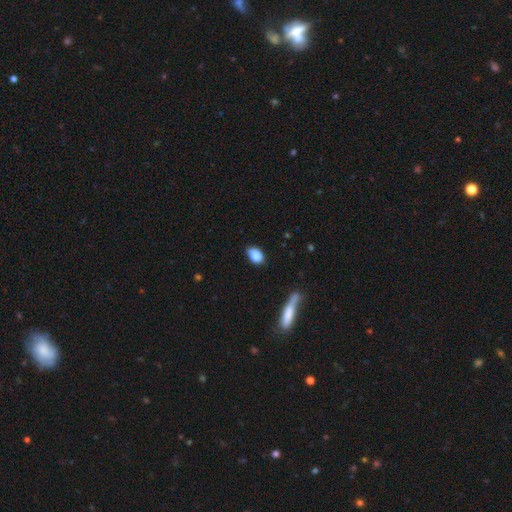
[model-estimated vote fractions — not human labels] Overall: smooth (85%). How rounded: in between (84%). Merging: none (72%).